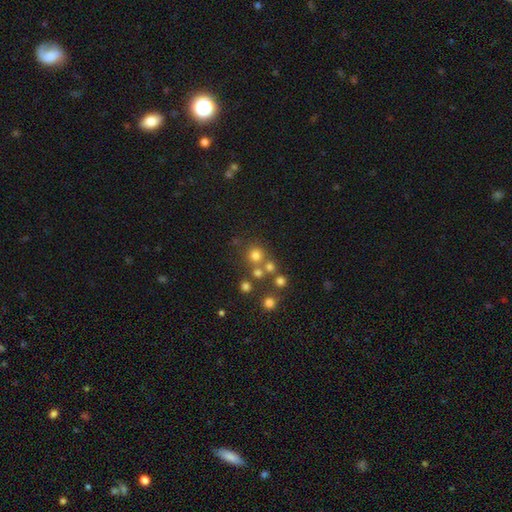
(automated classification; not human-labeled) Q: Smooth or featured?
A: smooth (70%); runner-up: star or artifact (19%)
Q: How rounded?
A: round (91%); runner-up: in between (8%)
Q: Merging?
A: none (67%); runner-up: merger (21%)